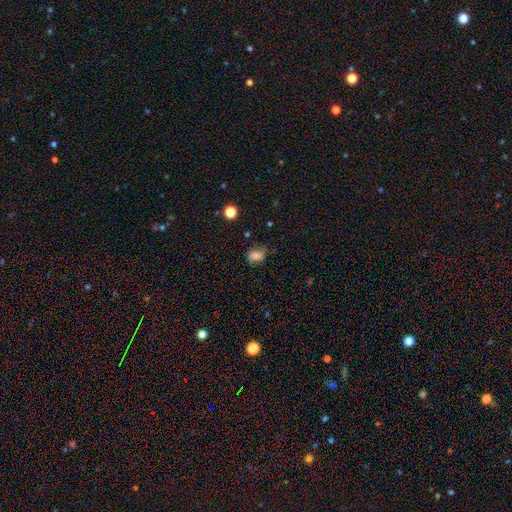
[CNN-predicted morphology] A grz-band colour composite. It shows a smooth galaxy with no disk features (76%) that is in between round and cigar-shaped (73%). Merging: none (60%).